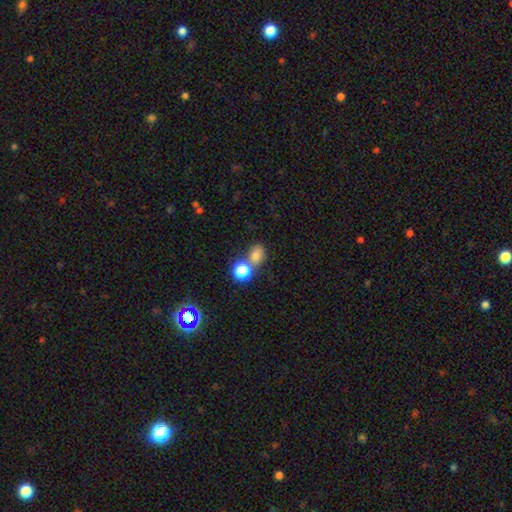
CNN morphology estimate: smooth-or-featured: smooth: 75% | star or artifact: 17% | featured or disk: 8%
  how-rounded: round: 52% | in between: 47% | cigar-shaped: 1%
  merging: none: 55% | merger: 30% | minor disturbance: 10% | major disturbance: 4%